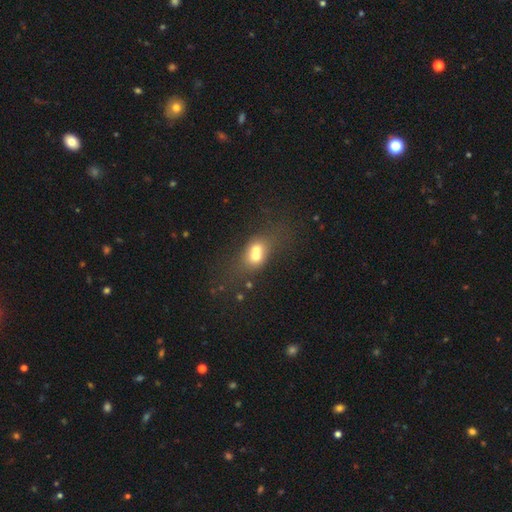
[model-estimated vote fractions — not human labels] A smooth galaxy with no disk features (59%) that is in between round and cigar-shaped (51%). Merging: merger (66%).